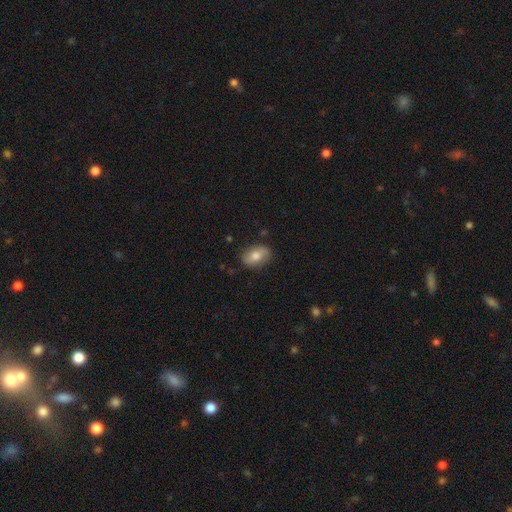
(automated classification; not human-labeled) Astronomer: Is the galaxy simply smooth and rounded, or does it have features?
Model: smooth — 71%.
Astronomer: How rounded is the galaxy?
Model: in between — 85%.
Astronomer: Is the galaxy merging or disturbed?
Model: none — 81%.